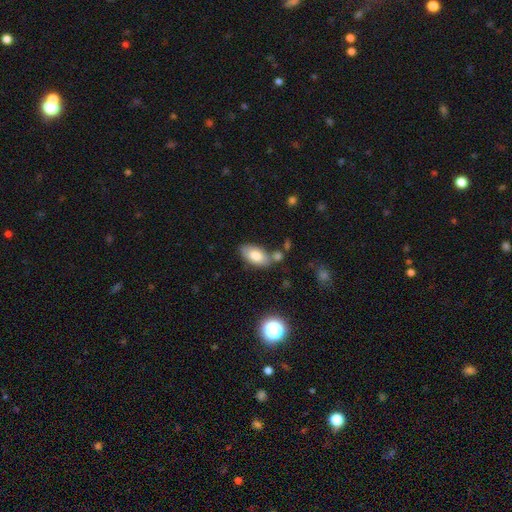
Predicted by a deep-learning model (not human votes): Smooth or featured? Predicted: smooth (p=0.79). How rounded? Predicted: in between (p=0.93). Merging? Predicted: none (p=0.66).